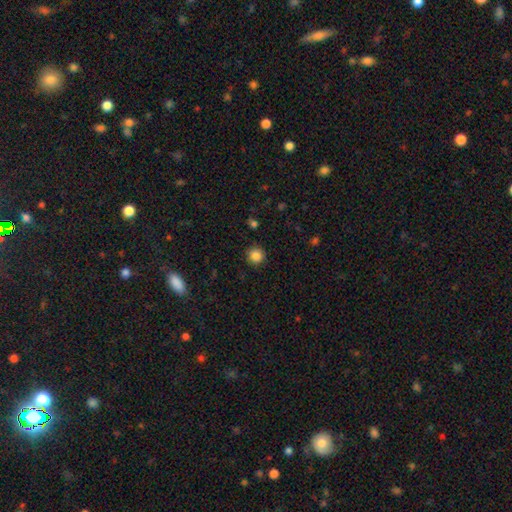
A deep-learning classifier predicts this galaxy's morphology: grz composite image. It shows a smooth galaxy with no disk features (86%) that is round (94%). Merging: none (91%).